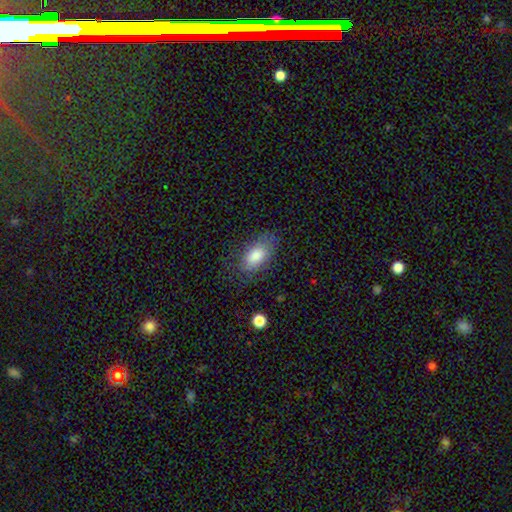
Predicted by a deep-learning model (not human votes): smooth_or_featured: smooth (p=0.79) [alt: featured or disk p=0.14]
how_rounded: in between (p=0.90) [alt: cigar-shaped p=0.05]
merging: none (p=0.71) [alt: minor disturbance p=0.20]